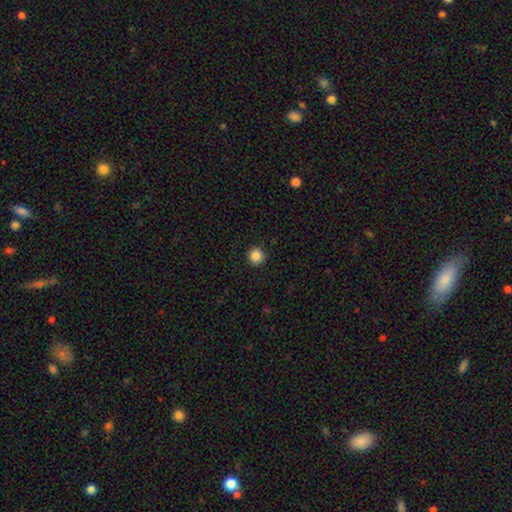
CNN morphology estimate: smooth_or_featured: smooth (p=0.87) [alt: star or artifact p=0.10]
how_rounded: round (p=0.96) [alt: in between p=0.03]
merging: none (p=0.93) [alt: minor disturbance p=0.05]